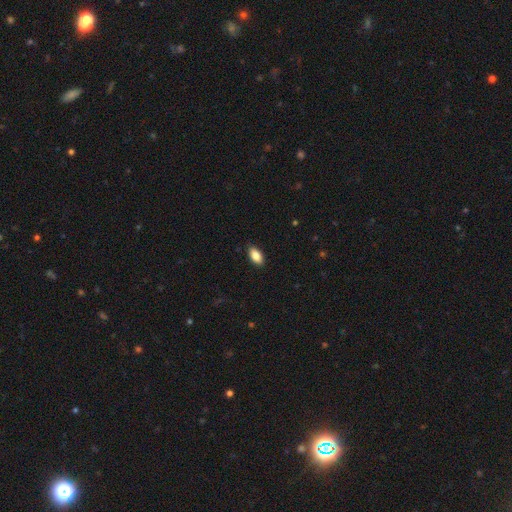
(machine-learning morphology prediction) Overall: smooth (87%). How rounded: in between (92%). Merging: none (88%).